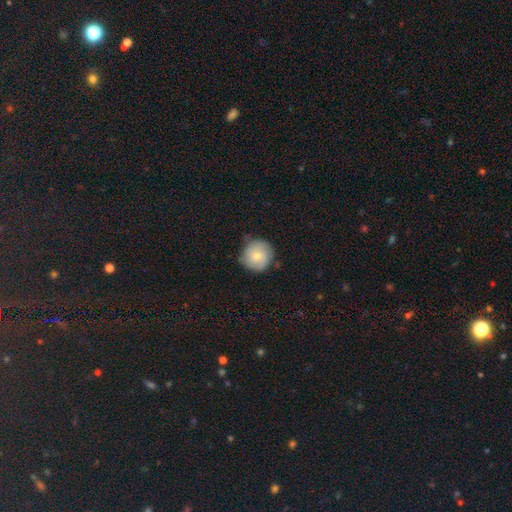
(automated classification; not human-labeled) The model was most divided on "smooth or featured": smooth: 61%, featured or disk: 32%, star or artifact: 7%. More confident: how rounded — round (93%); merging — none (74%).